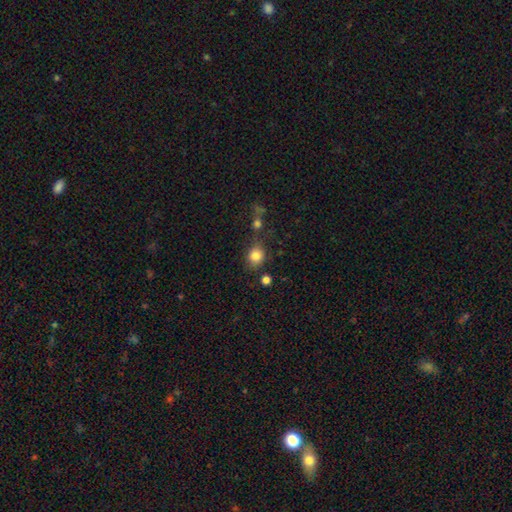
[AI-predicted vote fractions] smooth_or_featured: smooth (p=0.83) [alt: star or artifact p=0.11]
how_rounded: round (p=0.74) [alt: in between p=0.25]
merging: none (p=0.66) [alt: minor disturbance p=0.15]